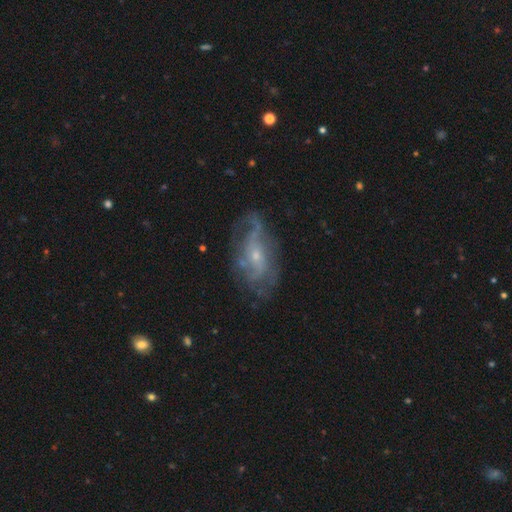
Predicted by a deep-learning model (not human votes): Morphology: type=featured or disk (73%); edge-on=no (92%); bar=no (70%); spiral arms=yes (72%); bulge=small (70%); merging=none (58%).